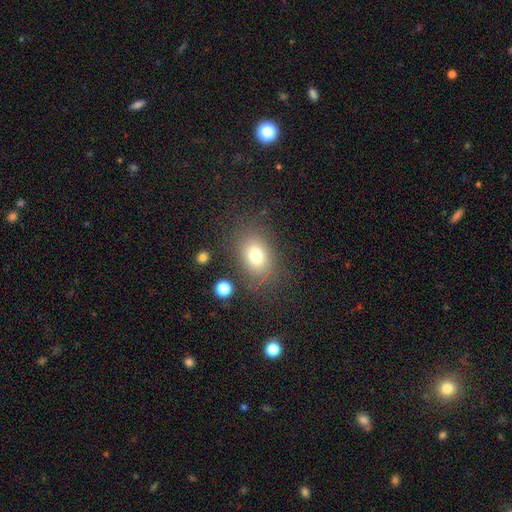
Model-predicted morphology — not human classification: type=smooth (75%); roundness=in between (67%); merging=none (78%).